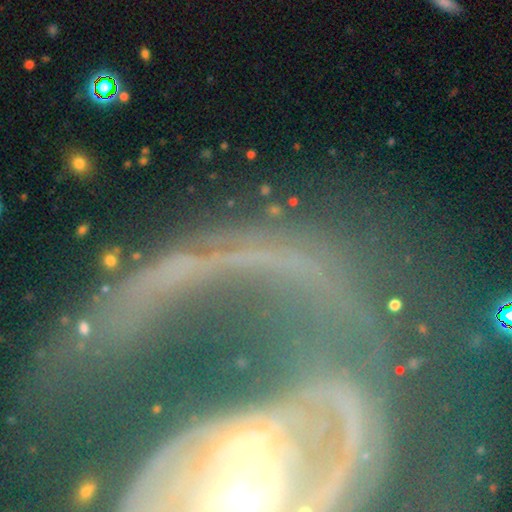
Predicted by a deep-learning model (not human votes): This is possibly a featured or disk galaxy (48%). Merging: possibly none (55%).